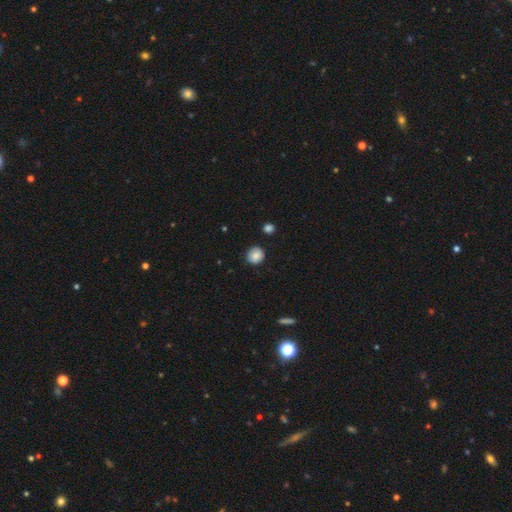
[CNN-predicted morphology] Smooth or featured? smooth (83%)
How rounded? round (86%)
Merging? none (82%)